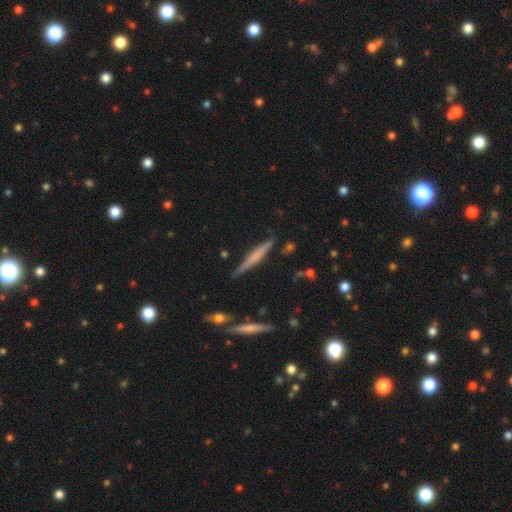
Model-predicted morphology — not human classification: Q: Smooth or featured?
A: featured or disk (55%); runner-up: smooth (38%)
Q: Edge-on disk?
A: yes (97%); runner-up: no (3%)
Q: Edge-on bulge?
A: none (45%); runner-up: rounded (35%)
Q: Merging?
A: none (86%); runner-up: minor disturbance (10%)